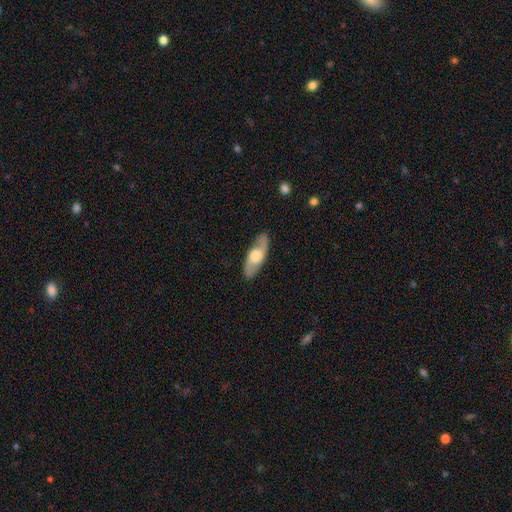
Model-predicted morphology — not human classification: Overall: featured or disk (63%; smooth 32%). Edge-on disk: no (68%; yes 32%). Merging: none (87%).